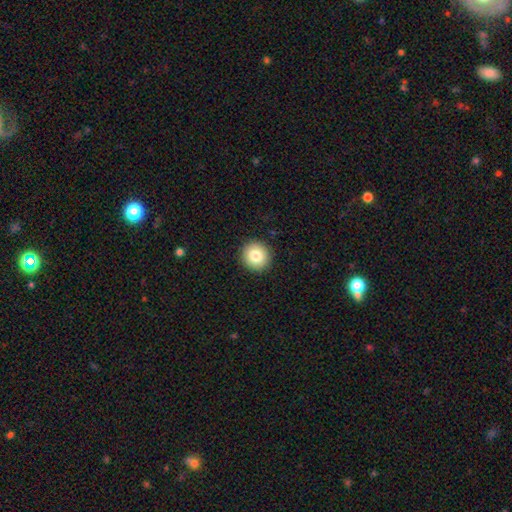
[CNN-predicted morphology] This is clearly a smooth galaxy (82%). How rounded: clearly round (92%). Merging: clearly none (92%).